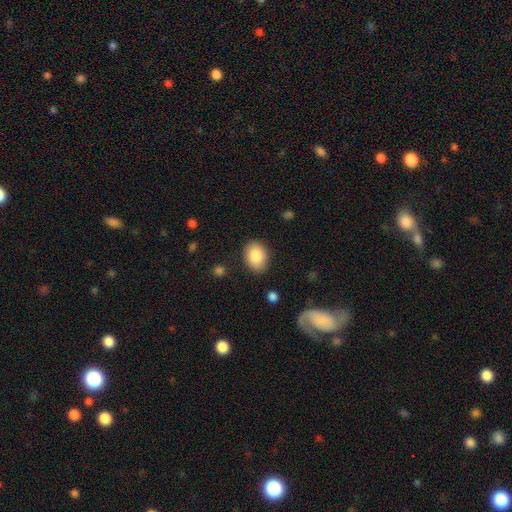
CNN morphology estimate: The model was most divided on "how rounded": in between: 72%, round: 27%, cigar-shaped: 1%. More confident: smooth or featured — smooth (86%); merging — none (84%).